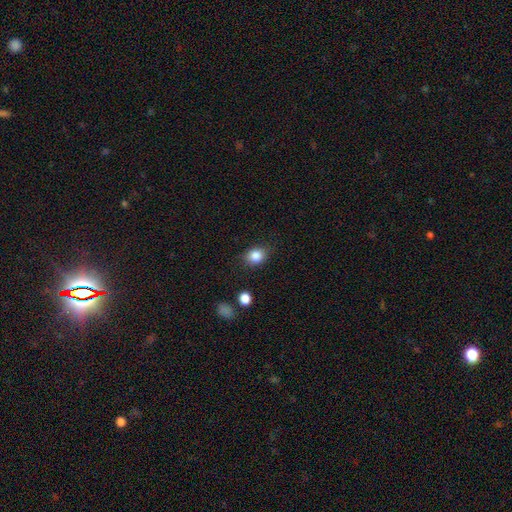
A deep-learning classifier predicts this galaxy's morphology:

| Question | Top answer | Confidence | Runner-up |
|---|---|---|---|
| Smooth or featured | smooth | 84% | star or artifact (10%) |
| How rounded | round | 54% | in between (45%) |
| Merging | none | 80% | minor disturbance (14%) |